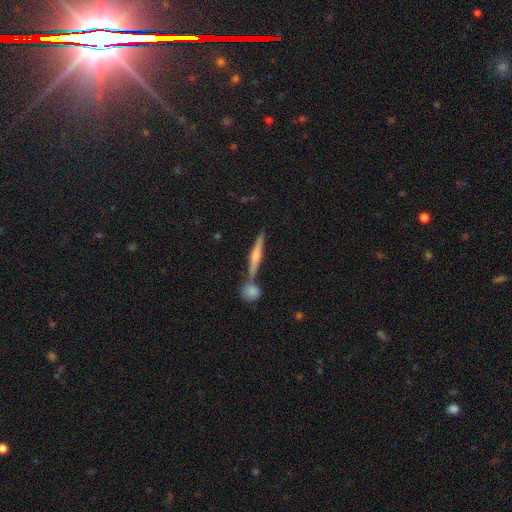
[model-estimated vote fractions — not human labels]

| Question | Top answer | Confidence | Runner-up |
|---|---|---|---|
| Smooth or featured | featured or disk | 68% | smooth (21%) |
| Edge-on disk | yes | 95% | no (5%) |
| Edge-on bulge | rounded | 84% | none (9%) |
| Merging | none | 71% | merger (18%) |